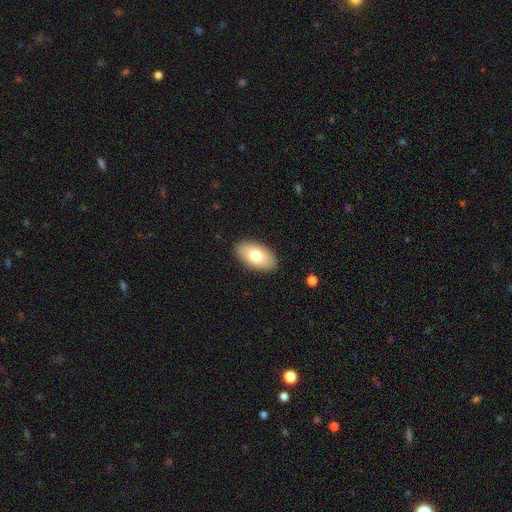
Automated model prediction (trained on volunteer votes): This appears to be a smooth galaxy with no disk features (77%) that is in between round and cigar-shaped (95%). Merging: none (89%).